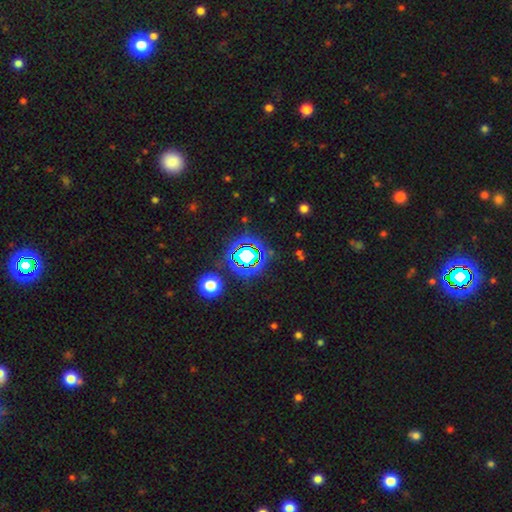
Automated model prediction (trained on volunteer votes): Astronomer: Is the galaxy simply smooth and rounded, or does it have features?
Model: star or artifact — 78%.